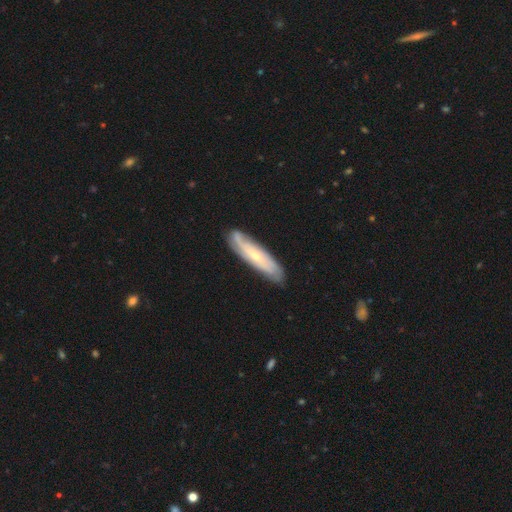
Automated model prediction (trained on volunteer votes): Smooth or featured?
  - featured or disk: 63% *
  - smooth: 31%
  - star or artifact: 5%
Edge-on disk?
  - no: 64% *
  - yes: 36%
Merging?
  - none: 80% *
  - minor disturbance: 15%
  - major disturbance: 3%
  - merger: 2%